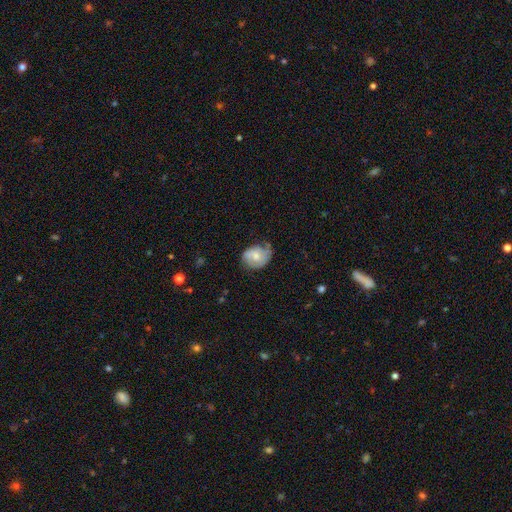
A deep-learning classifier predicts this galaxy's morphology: Smooth or featured? smooth (49%)
Merging? none (48%)